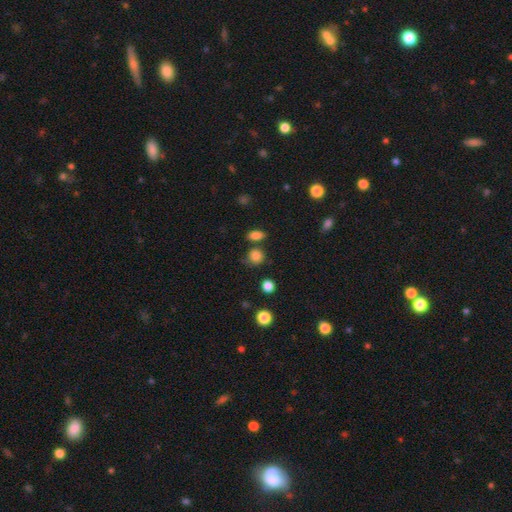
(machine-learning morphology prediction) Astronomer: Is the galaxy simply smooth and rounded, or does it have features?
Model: smooth — 83%.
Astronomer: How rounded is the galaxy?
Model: round — 80%.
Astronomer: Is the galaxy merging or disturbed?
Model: none — 69%.